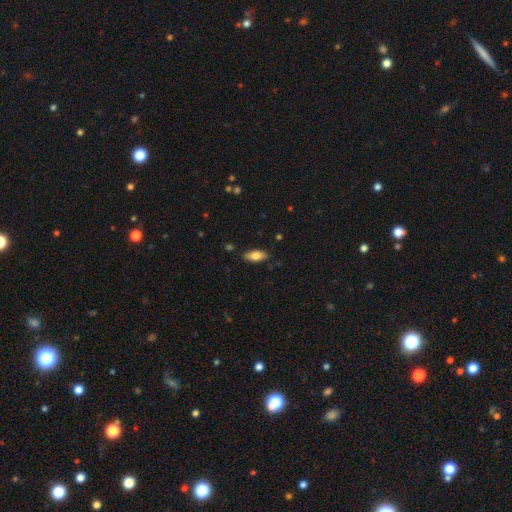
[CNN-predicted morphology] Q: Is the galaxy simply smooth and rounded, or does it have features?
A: smooth — 80%.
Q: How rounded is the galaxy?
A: in between — 87%.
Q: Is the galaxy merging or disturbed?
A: none — 87%.